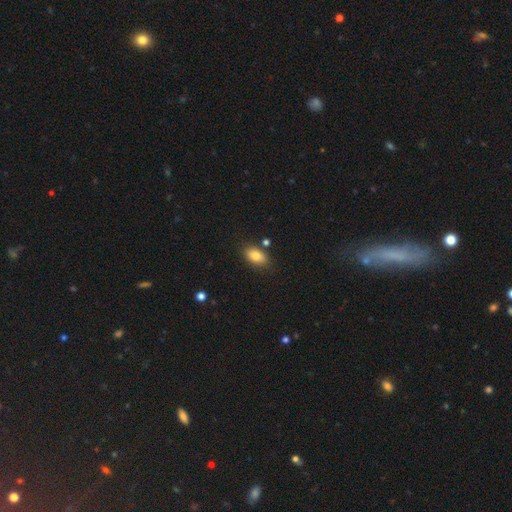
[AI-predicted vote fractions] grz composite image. It shows a smooth galaxy with no disk features (82%) that is in between round and cigar-shaped (90%). Merging: none (80%).